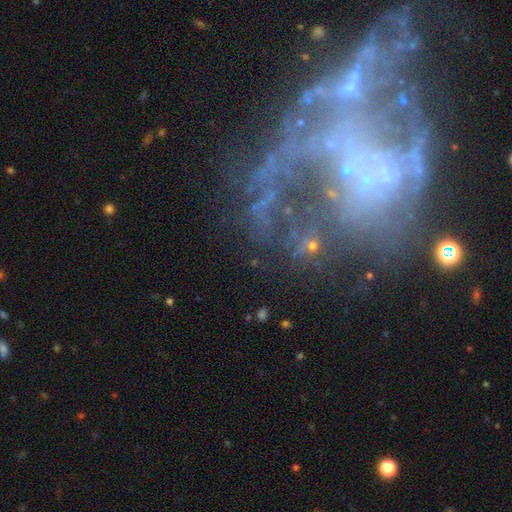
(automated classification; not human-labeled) smooth_or_featured: featured or disk (p=0.66) [alt: star or artifact p=0.22]
disk_edge_on: no (p=0.97) [alt: yes p=0.03]
bar: no (p=0.86) [alt: weak p=0.10]
has_spiral_arms: no (p=0.71) [alt: yes p=0.29]
bulge_size: none (p=0.70) [alt: small p=0.19]
merging: major disturbance (p=0.40) [alt: none p=0.32]